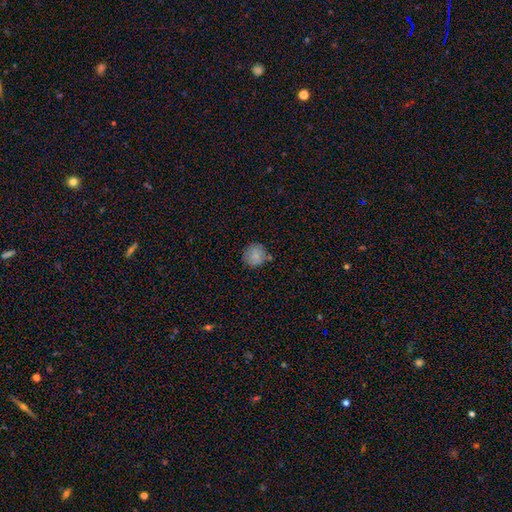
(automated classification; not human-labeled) This appears to be a smooth galaxy with no disk features (82%) that is round (89%). Merging: none (74%).